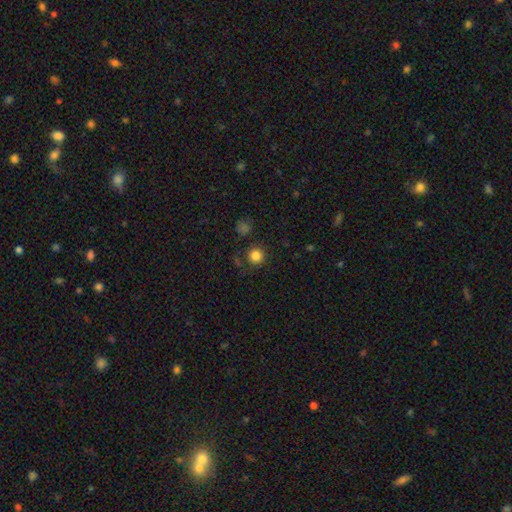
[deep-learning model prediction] smooth-or-featured: smooth: 83% | star or artifact: 12% | featured or disk: 5%
  how-rounded: round: 95% | in between: 4% | cigar-shaped: 1%
  merging: none: 85% | minor disturbance: 8% | major disturbance: 4% | merger: 3%